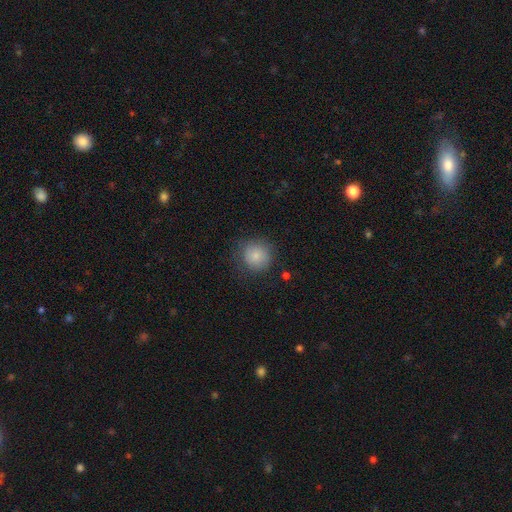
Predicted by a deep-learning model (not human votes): The model was most divided on "merging": none: 79%, minor disturbance: 14%, major disturbance: 5%, merger: 1%. More confident: how rounded — round (92%); smooth or featured — smooth (84%).